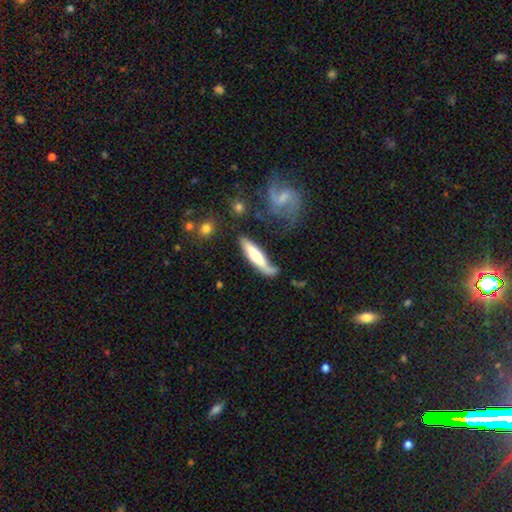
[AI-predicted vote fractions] Overall: smooth (56%; featured or disk 38%). How rounded: cigar-shaped (76%). Merging: none (49%; minor disturbance 27%).